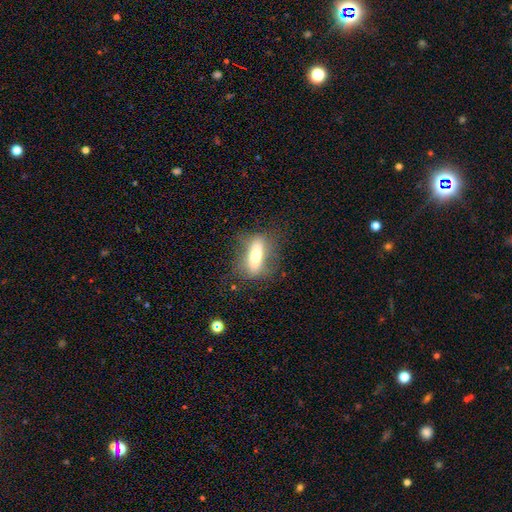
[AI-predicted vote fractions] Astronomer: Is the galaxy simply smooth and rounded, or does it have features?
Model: smooth — 56% (runner-up: featured or disk, 37%).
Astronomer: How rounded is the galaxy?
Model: in between — 54% (runner-up: cigar-shaped, 42%).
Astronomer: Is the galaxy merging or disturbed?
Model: none — 67%.